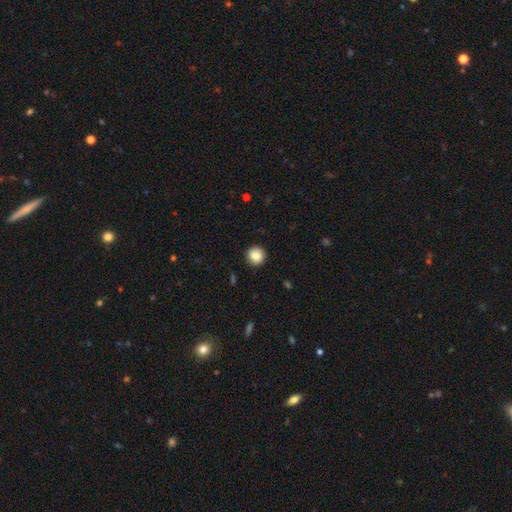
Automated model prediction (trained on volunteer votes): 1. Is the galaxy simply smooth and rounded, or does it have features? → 86% smooth, 9% star or artifact, 6% featured or disk.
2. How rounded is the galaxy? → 93% round, 6% in between, 1% cigar-shaped.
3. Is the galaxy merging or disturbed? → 91% none, 6% minor disturbance, 2% major disturbance, 1% merger.